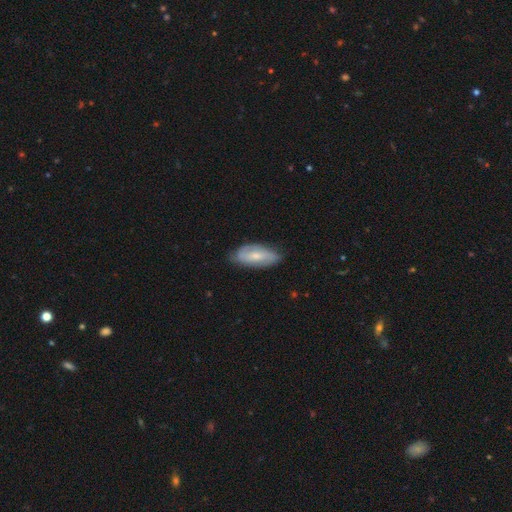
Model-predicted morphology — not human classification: Smooth or featured?
  - featured or disk: 54% *
  - smooth: 40%
  - star or artifact: 6%
Edge-on disk?
  - no: 89% *
  - yes: 11%
Merging?
  - none: 75% *
  - minor disturbance: 20%
  - major disturbance: 4%
  - merger: 1%